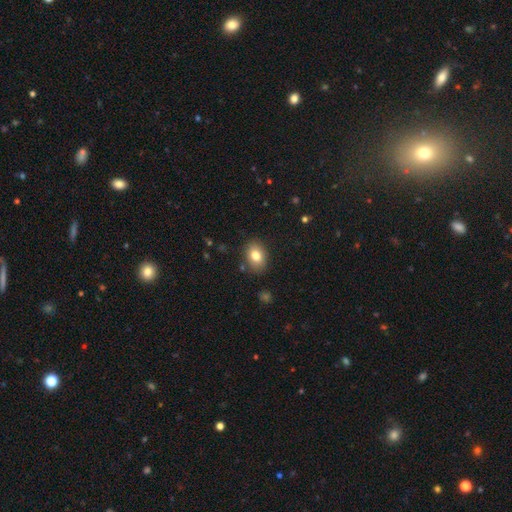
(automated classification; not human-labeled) This is likely a smooth galaxy (80%). How rounded: likely in between (72%). Merging: clearly none (86%).